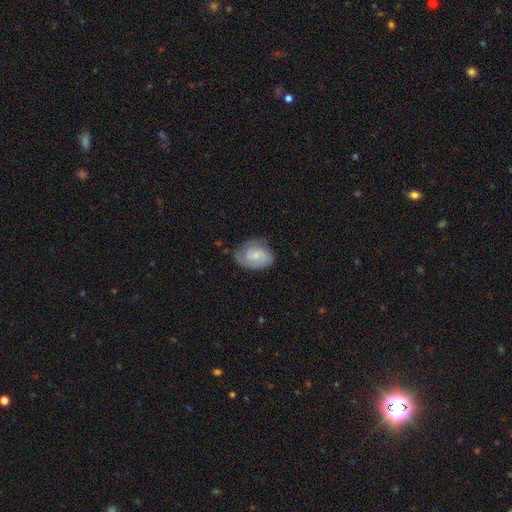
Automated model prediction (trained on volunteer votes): Smooth or featured: featured or disk — 60% (smooth — 33%)
Edge-on disk: no — 97% (yes — 3%)
Bar: no — 55% (weak — 39%)
Spiral arms: yes — 91% (no — 9%)
Spiral winding: tight — 45% (medium — 40%)
Spiral arm count: 2 — 58% (can't tell — 17%)
Bulge size: small — 57% (moderate — 27%)
Merging: none — 65% (minor disturbance — 25%)